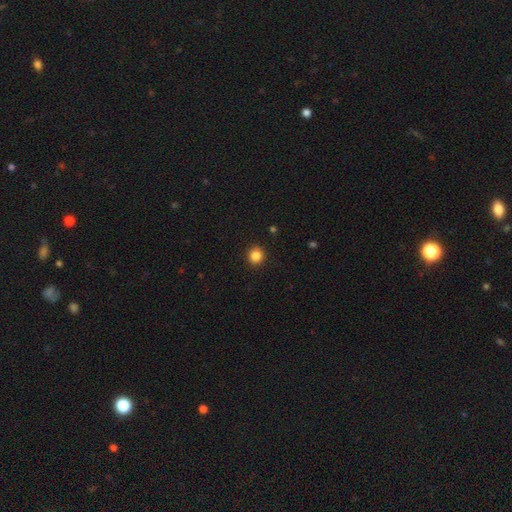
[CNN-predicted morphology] Overall: smooth (85%). How rounded: round (93%). Merging: none (92%).